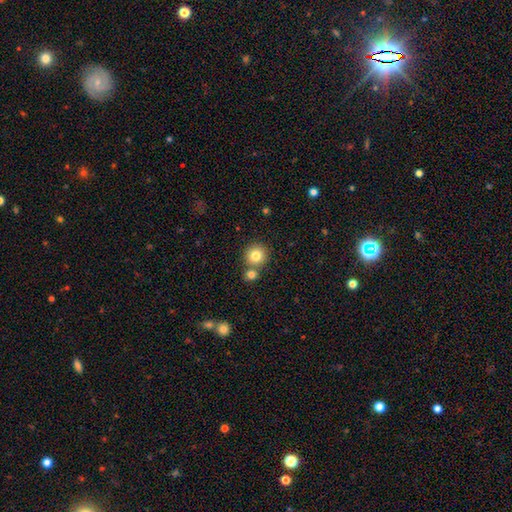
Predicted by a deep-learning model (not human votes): A smooth galaxy with no disk features (81%) that is round (92%). Merging: none (70%).